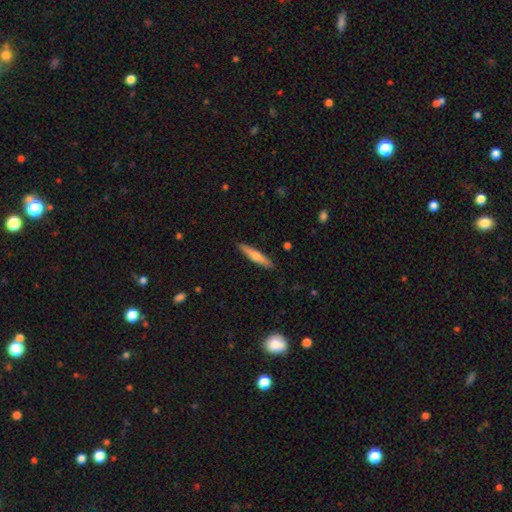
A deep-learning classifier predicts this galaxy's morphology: type=smooth (56%); roundness=cigar-shaped (89%); merging=none (89%).